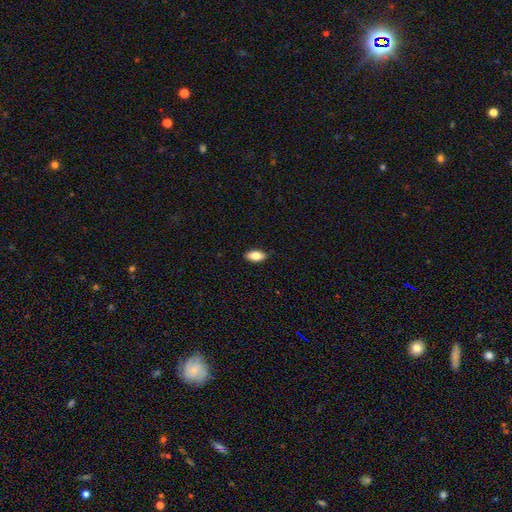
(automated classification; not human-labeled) The model was most divided on "smooth or featured": smooth: 82%, featured or disk: 11%, star or artifact: 7%. More confident: how rounded — in between (91%); merging — none (88%).